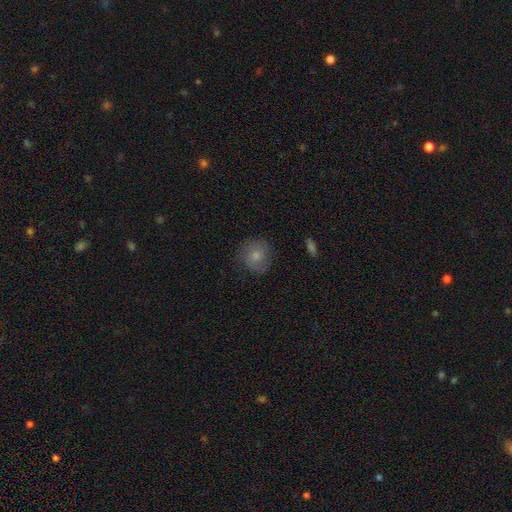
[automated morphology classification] Smooth or featured?
  - smooth: 67% *
  - featured or disk: 24%
  - star or artifact: 9%
How rounded?
  - round: 84% *
  - in between: 15%
  - cigar-shaped: 1%
Merging?
  - none: 77% *
  - minor disturbance: 16%
  - major disturbance: 5%
  - merger: 1%